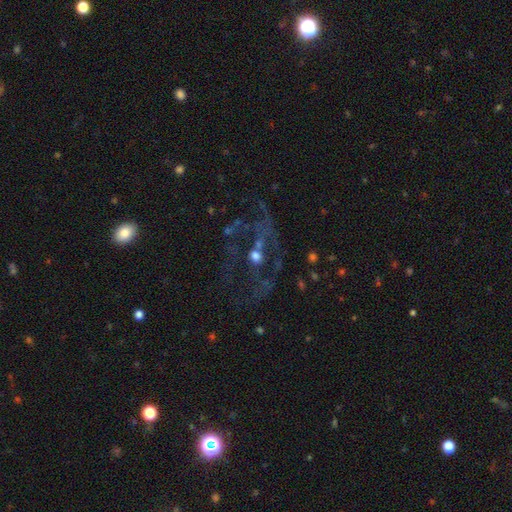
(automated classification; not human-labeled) This is possibly a featured or disk galaxy (49%). Merging: marginally none (44%).